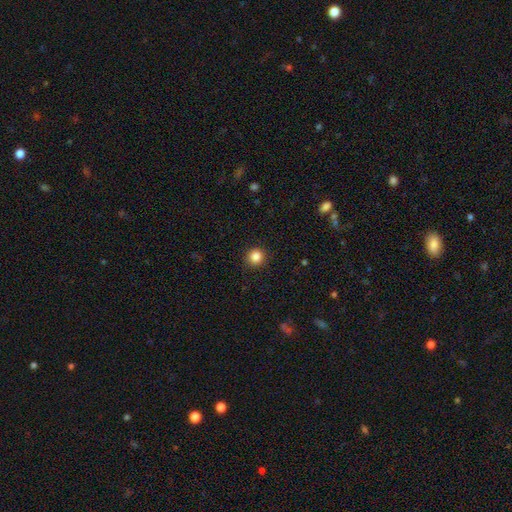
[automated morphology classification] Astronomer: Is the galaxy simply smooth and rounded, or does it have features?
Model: smooth — 86%.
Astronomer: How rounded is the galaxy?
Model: round — 92%.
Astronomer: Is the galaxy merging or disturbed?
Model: none — 91%.